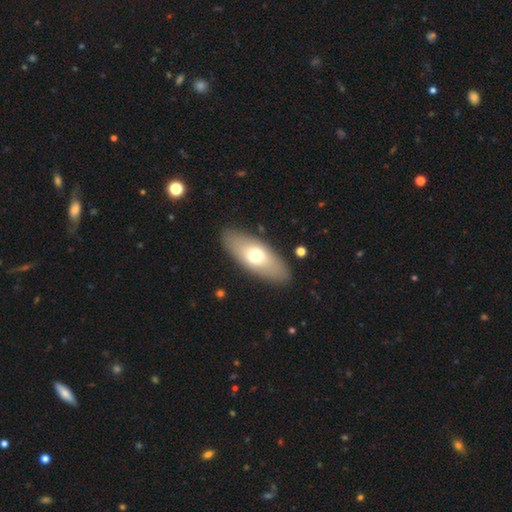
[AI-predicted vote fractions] Q: Smooth or featured?
A: smooth (65%); runner-up: featured or disk (29%)
Q: How rounded?
A: in between (78%); runner-up: cigar-shaped (19%)
Q: Merging?
A: none (86%); runner-up: minor disturbance (9%)